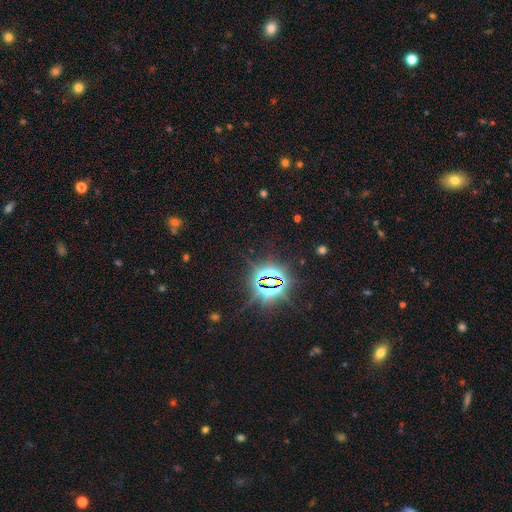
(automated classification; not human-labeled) smooth-or-featured: star or artifact: 81% | smooth: 12% | featured or disk: 7%